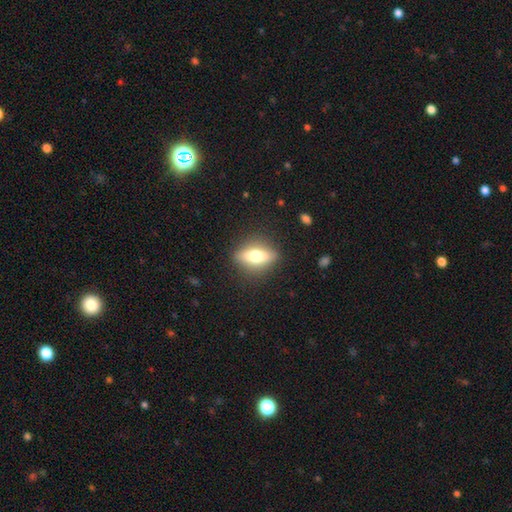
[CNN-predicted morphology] A smooth galaxy with no disk features (62%) that is in between round and cigar-shaped (69%).

Vote fractions:
- Smooth or featured? smooth: 62% / featured or disk: 30% / star or artifact: 8%
- How rounded? in between: 69% / cigar-shaped: 22% / round: 9%
- Merging? none: 84% / minor disturbance: 11% / major disturbance: 4% / merger: 1%